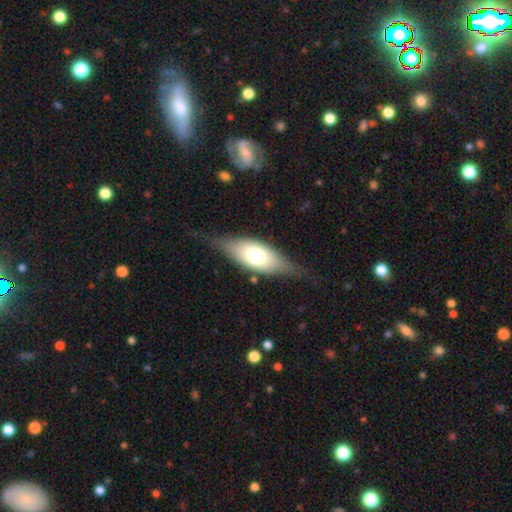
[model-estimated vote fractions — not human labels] Smooth or featured? smooth (56%)
How rounded? in between (77%)
Merging? none (68%)